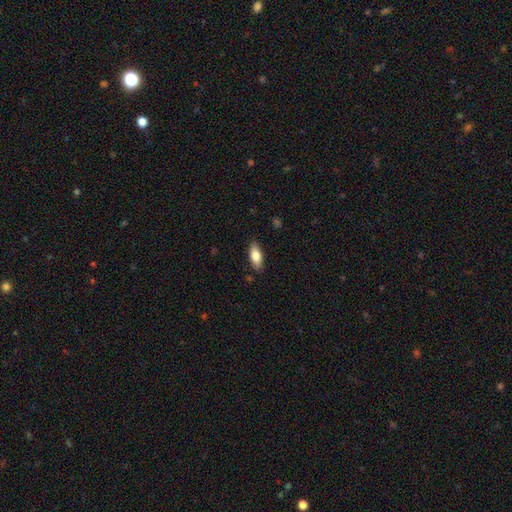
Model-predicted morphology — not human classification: Smooth or featured? Predicted: smooth (p=0.79). How rounded? Predicted: in between (p=0.83). Merging? Predicted: none (p=0.85).